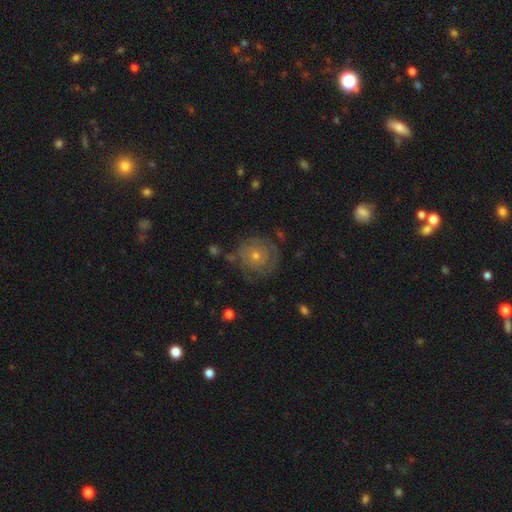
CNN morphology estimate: Smooth or featured: featured or disk — 58% (smooth — 29%)
Edge-on disk: no — 97% (yes — 3%)
Bar: no — 86% (weak — 11%)
Spiral arms: yes — 74% (no — 26%)
Bulge size: small — 54% (moderate — 42%)
Merging: none — 74% (minor disturbance — 16%)